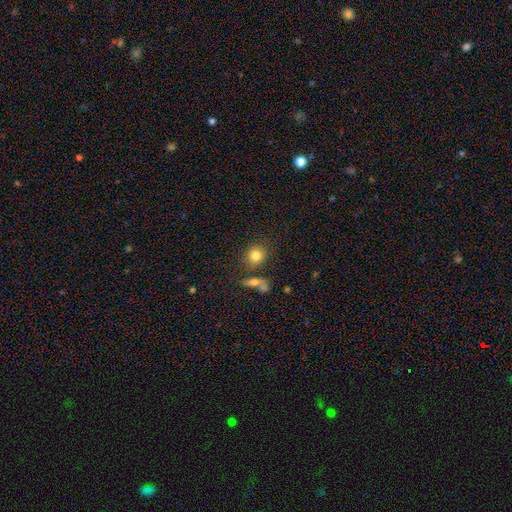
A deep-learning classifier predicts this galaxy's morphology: A smooth galaxy with no disk features (80%) that is round (79%). Merging: none (72%).